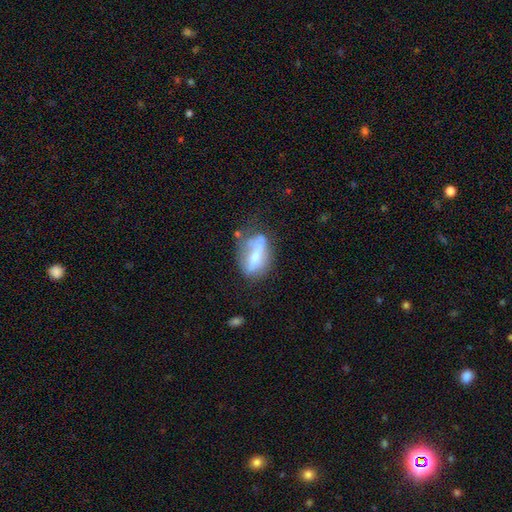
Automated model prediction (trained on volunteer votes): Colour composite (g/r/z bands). It shows a smooth galaxy with no disk features (48%). Merging: none (44%).